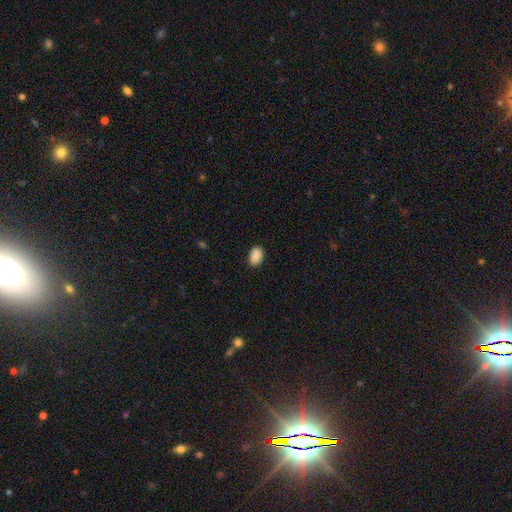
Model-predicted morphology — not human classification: The model was most divided on "how rounded": in between: 87%, round: 12%, cigar-shaped: 1%. More confident: smooth or featured — smooth (90%); merging — none (88%).